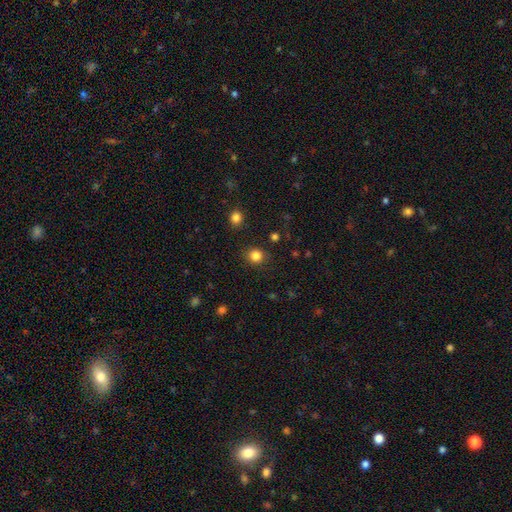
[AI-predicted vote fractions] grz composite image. It shows a smooth galaxy with no disk features (83%) that is round (87%). Merging: none (87%).